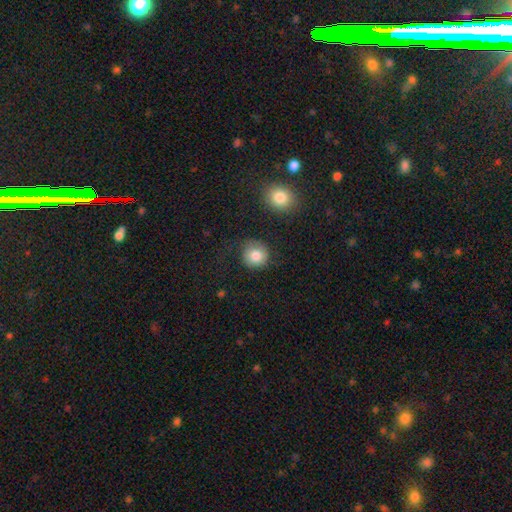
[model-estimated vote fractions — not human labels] smooth 82%, featured or disk 10%, star or artifact 9%. Down the decision tree: how rounded — round (89%); merging — none (70%).